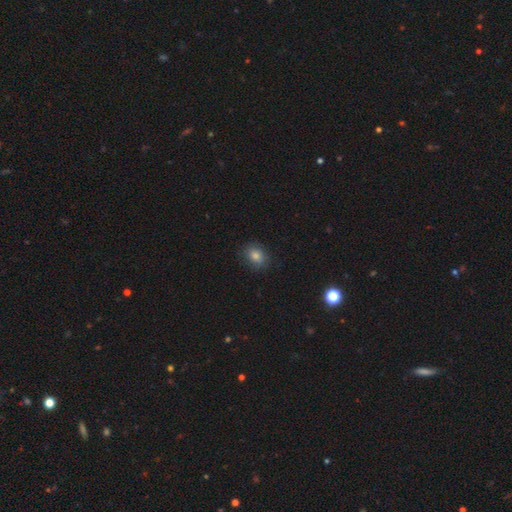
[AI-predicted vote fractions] Smooth or featured?
  - smooth: 79% *
  - star or artifact: 14%
  - featured or disk: 7%
How rounded?
  - round: 50% *
  - in between: 49%
  - cigar-shaped: 1%
Merging?
  - none: 85% *
  - minor disturbance: 11%
  - major disturbance: 3%
  - merger: 1%